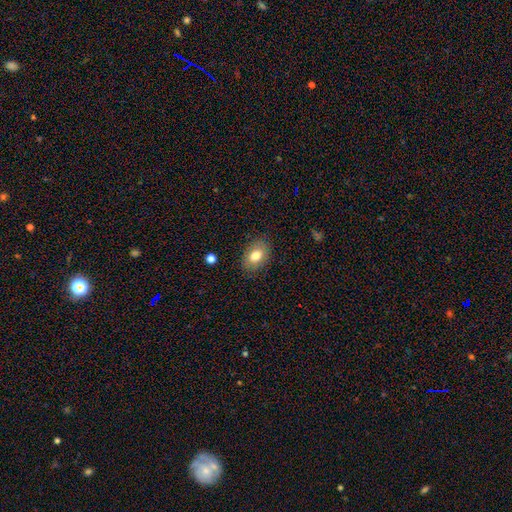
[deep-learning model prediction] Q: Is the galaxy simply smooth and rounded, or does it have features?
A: smooth — 77%.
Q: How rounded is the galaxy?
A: in between — 82%.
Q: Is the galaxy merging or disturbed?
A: none — 85%.